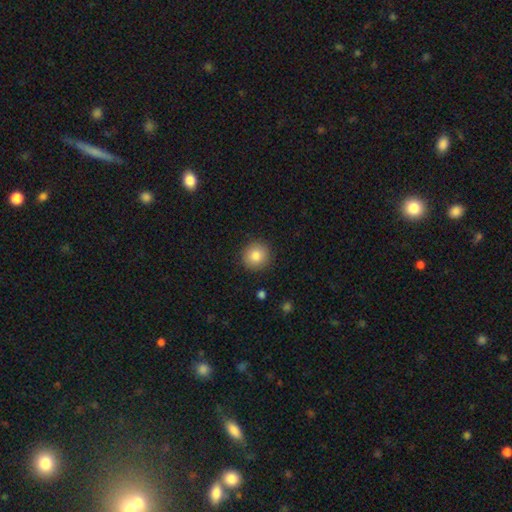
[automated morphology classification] Q: Smooth or featured?
A: smooth (84%); runner-up: star or artifact (9%)
Q: How rounded?
A: round (92%); runner-up: in between (7%)
Q: Merging?
A: none (90%); runner-up: minor disturbance (7%)